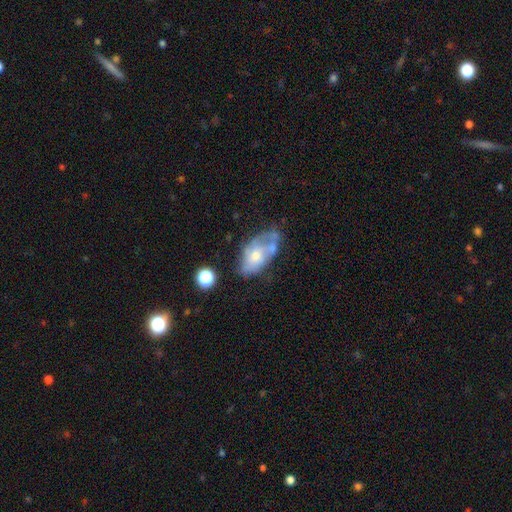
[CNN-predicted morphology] A featured or disk galaxy (56%) with no bar (82%), no spiral arms (55%) and a moderate central bulge (47%).

Vote fractions:
- Smooth or featured? featured or disk: 56% / smooth: 35% / star or artifact: 9%
- Edge-on disk? no: 93% / yes: 7%
- Bar? no: 82% / weak: 15% / strong: 3%
- Spiral arms? no: 55% / yes: 45%
- Bulge size? moderate: 47% / small: 46% / large: 3% / none: 3% / dominant: 1%
- Merging? none: 33% / minor disturbance: 30% / major disturbance: 21% / merger: 15%